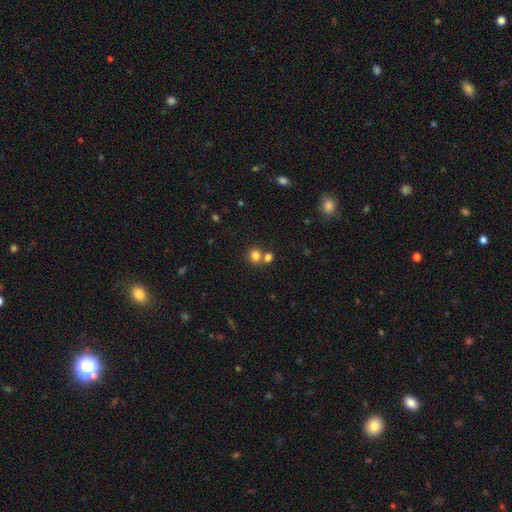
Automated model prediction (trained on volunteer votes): smooth_or_featured: smooth (p=0.81) [alt: star or artifact p=0.12]
how_rounded: round (p=0.76) [alt: in between p=0.23]
merging: none (p=0.55) [alt: merger p=0.34]